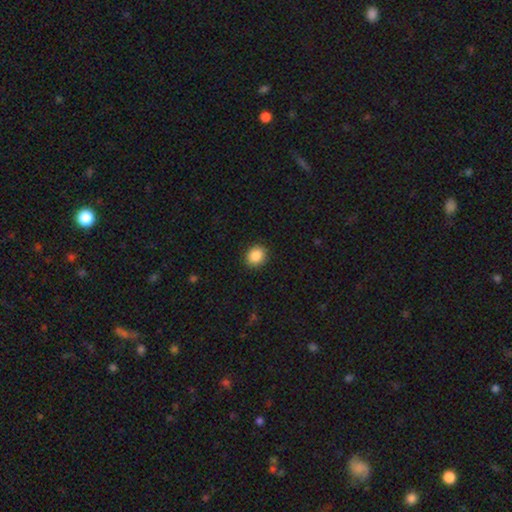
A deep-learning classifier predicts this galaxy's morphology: A smooth galaxy with no disk features (88%) that is round (72%). Merging: none (89%).